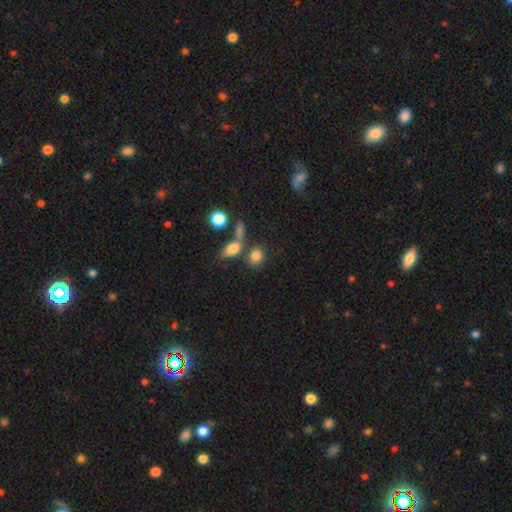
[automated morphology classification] This is clearly a smooth galaxy (81%). How rounded: possibly round (55%). Merging: possibly none (59%).